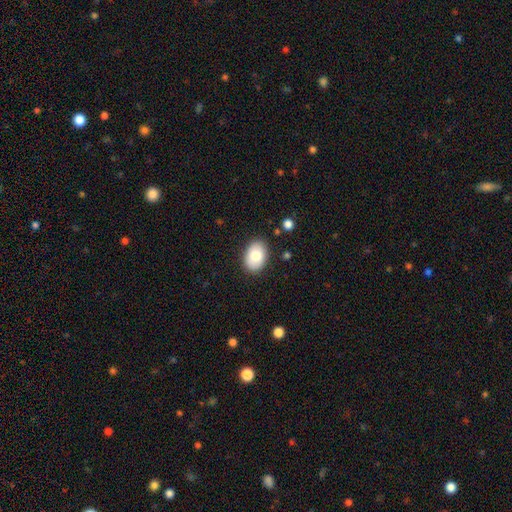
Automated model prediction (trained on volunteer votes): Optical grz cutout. It shows a smooth galaxy with no disk features (80%) that is in between round and cigar-shaped (87%). Merging: none (86%).